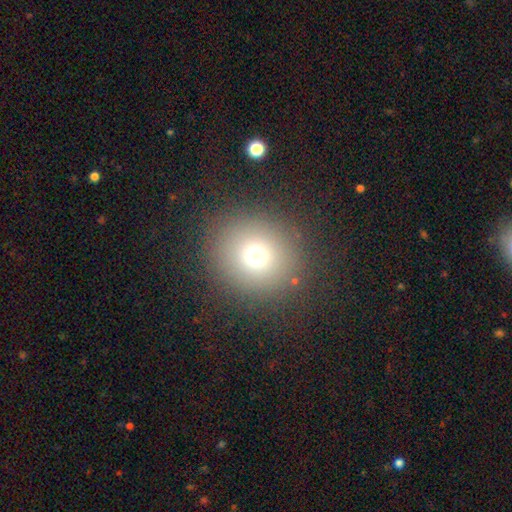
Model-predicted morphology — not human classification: This appears to be a smooth galaxy with no disk features (72%) that is round (90%). Merging: none (88%).